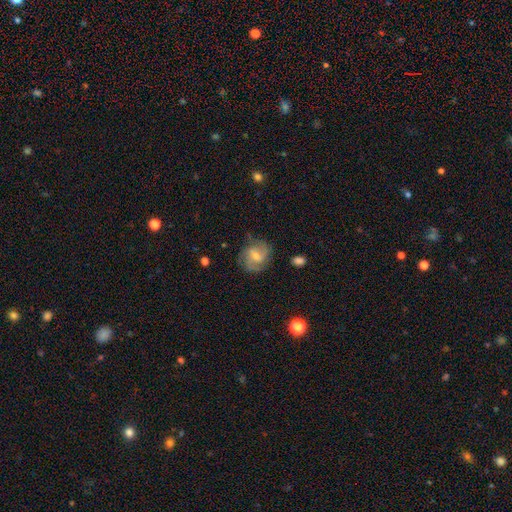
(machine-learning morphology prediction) Q: Smooth or featured?
A: featured or disk (62%); runner-up: smooth (30%)
Q: Edge-on disk?
A: no (97%); runner-up: yes (3%)
Q: Bar?
A: weak (50%); runner-up: no (38%)
Q: Spiral arms?
A: yes (87%); runner-up: no (13%)
Q: Spiral winding?
A: medium (46%); runner-up: tight (29%)
Q: Spiral arm count?
A: 2 (47%); runner-up: can't tell (24%)
Q: Bulge size?
A: small (52%); runner-up: moderate (41%)
Q: Merging?
A: none (70%); runner-up: minor disturbance (19%)